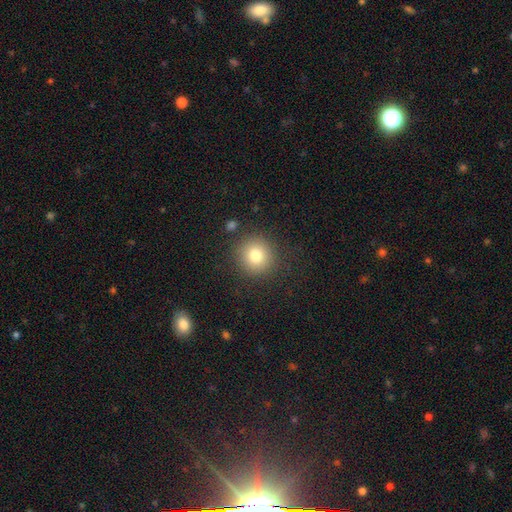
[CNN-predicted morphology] Smooth or featured? smooth (79%)
How rounded? round (93%)
Merging? none (87%)